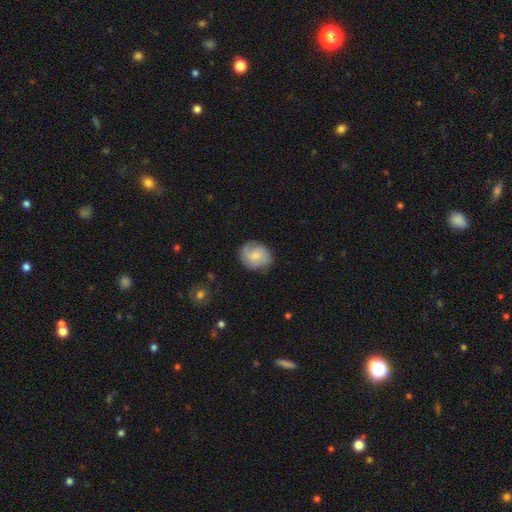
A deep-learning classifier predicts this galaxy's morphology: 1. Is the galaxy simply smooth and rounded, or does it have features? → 50% smooth, 43% featured or disk, 7% star or artifact.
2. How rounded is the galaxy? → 71% round, 28% in between, 1% cigar-shaped.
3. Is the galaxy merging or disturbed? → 74% none, 18% minor disturbance, 6% major disturbance, 1% merger.